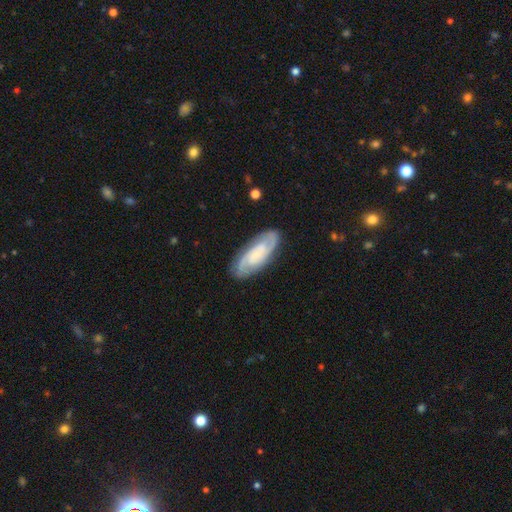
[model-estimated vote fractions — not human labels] This appears to be a featured or disk galaxy (78%) with no bar (57%), 2 (76%) tight (51%) spiral arms (96%) and a small central bulge (61%). Merging: none (84%).